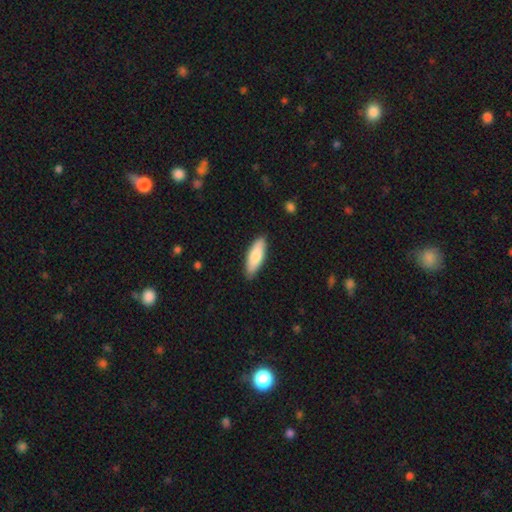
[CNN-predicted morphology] smooth_or_featured: smooth (p=0.80) [alt: featured or disk p=0.15]
how_rounded: in between (p=0.57) [alt: cigar-shaped p=0.41]
merging: none (p=0.86) [alt: minor disturbance p=0.11]